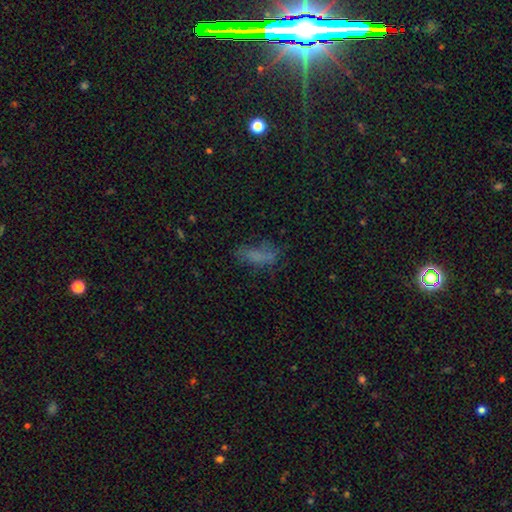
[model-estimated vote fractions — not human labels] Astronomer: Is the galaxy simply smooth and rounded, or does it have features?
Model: smooth — 63%.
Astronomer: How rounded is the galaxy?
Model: in between — 67%.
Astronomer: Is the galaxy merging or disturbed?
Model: none — 50% (runner-up: minor disturbance, 26%).